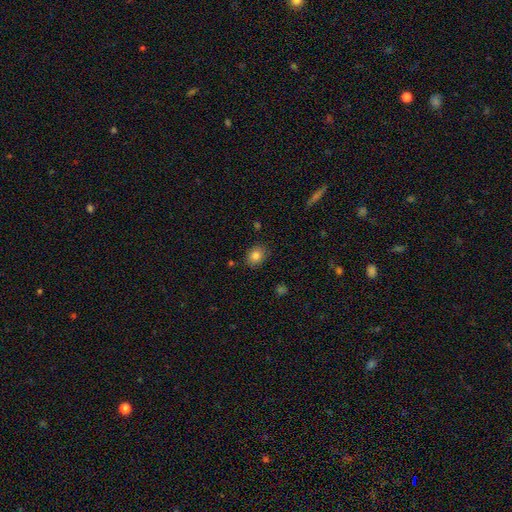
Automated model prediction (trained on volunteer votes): A smooth galaxy with no disk features (84%) that is round (52%).

Vote fractions:
- Smooth or featured? smooth: 84% / star or artifact: 10% / featured or disk: 6%
- How rounded? round: 52% / in between: 47% / cigar-shaped: 1%
- Merging? none: 82% / minor disturbance: 13% / major disturbance: 3% / merger: 2%